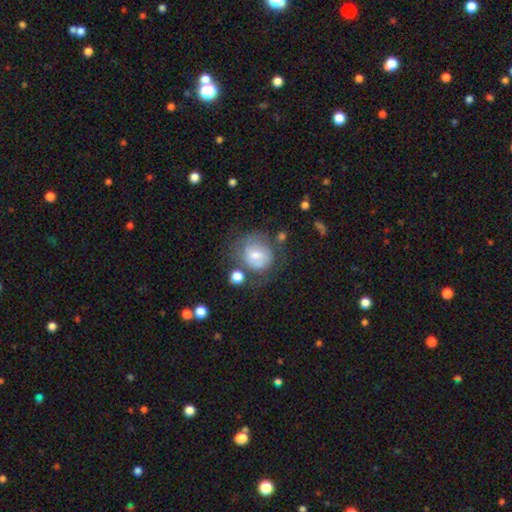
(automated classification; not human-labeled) Smooth or featured?
  - smooth: 52% *
  - featured or disk: 39%
  - star or artifact: 9%
How rounded?
  - round: 78% *
  - in between: 21%
  - cigar-shaped: 1%
Merging?
  - none: 46% *
  - minor disturbance: 24%
  - major disturbance: 21%
  - merger: 10%